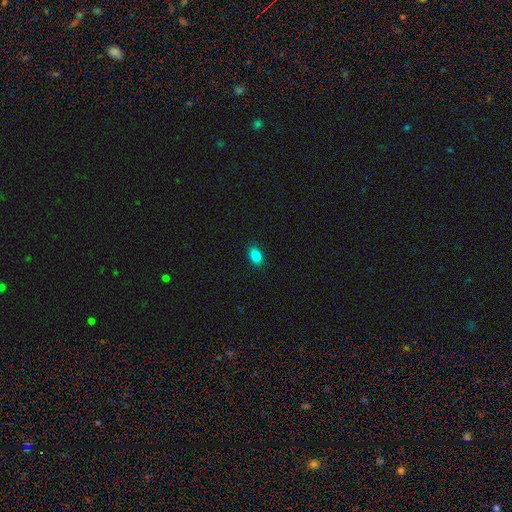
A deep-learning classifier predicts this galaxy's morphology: Smooth or featured: smooth — 86% (star or artifact — 9%)
How rounded: in between — 84% (round — 15%)
Merging: none — 89% (minor disturbance — 8%)